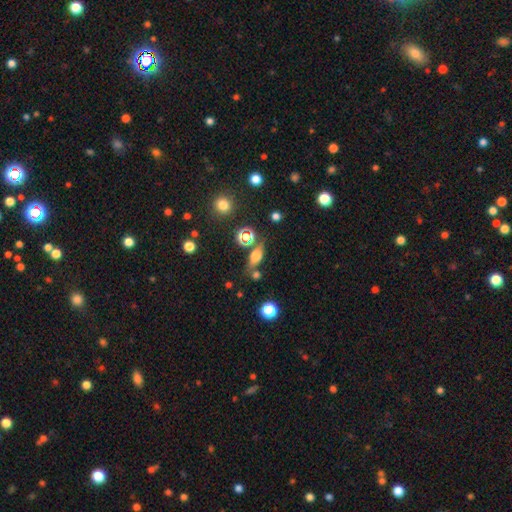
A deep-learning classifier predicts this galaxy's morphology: Smooth or featured? Predicted: smooth (p=0.52). How rounded? Predicted: in between (p=0.60). Merging? Predicted: none (p=0.65).